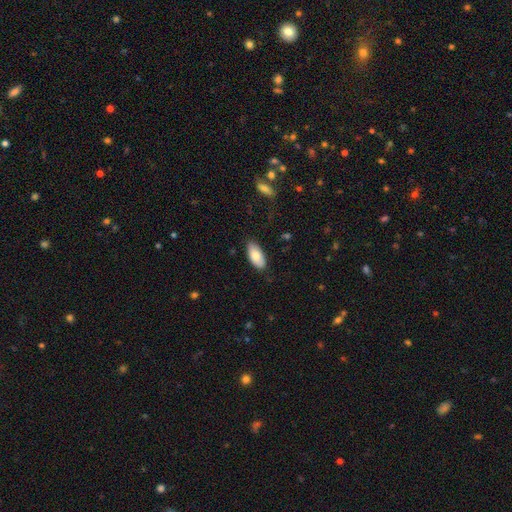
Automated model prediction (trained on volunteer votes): Morphology: type=smooth (80%); roundness=in between (92%); merging=none (83%).